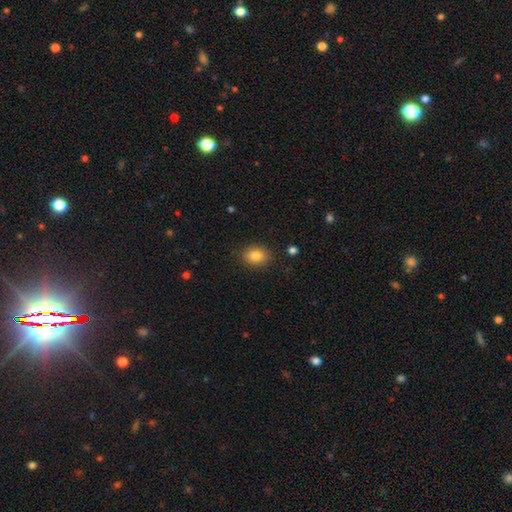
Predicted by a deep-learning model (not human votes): This appears to be a smooth galaxy with no disk features (84%) that is in between round and cigar-shaped (53%). Merging: none (87%).